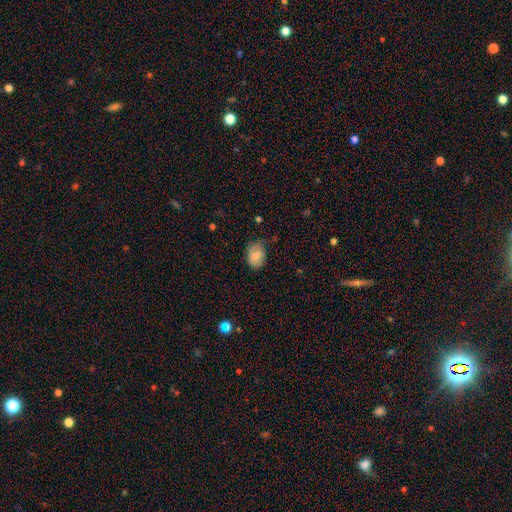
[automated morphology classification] Smooth or featured: smooth — 72% (featured or disk — 19%)
How rounded: in between — 75% (round — 24%)
Merging: none — 60% (minor disturbance — 31%)